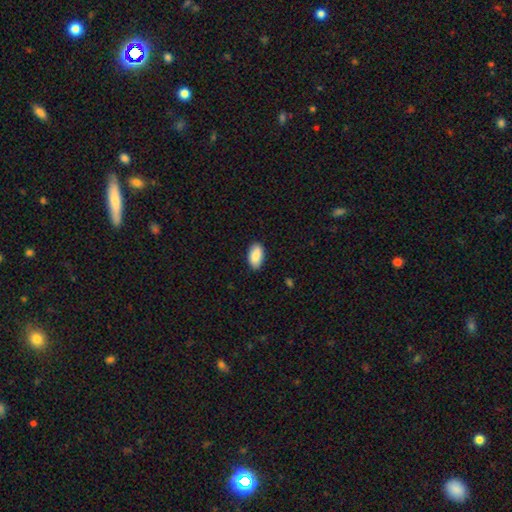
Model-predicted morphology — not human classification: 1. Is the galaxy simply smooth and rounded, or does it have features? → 89% smooth, 6% star or artifact, 5% featured or disk.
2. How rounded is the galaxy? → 95% in between, 3% round, 2% cigar-shaped.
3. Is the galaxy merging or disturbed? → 87% none, 10% minor disturbance, 2% major disturbance, 1% merger.